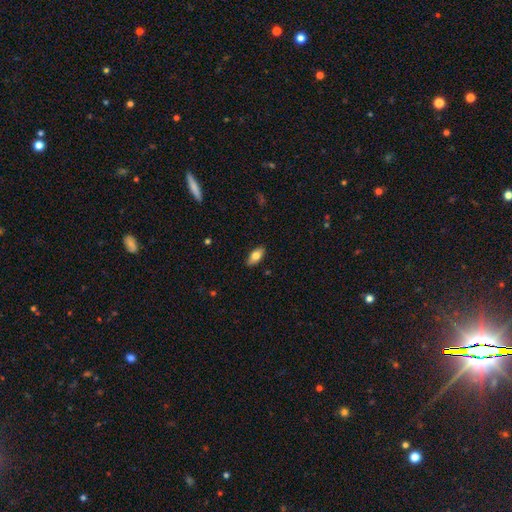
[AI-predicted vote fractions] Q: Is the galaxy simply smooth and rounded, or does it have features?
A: smooth — 76%.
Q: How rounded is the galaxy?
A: in between — 88%.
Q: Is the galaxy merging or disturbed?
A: none — 88%.